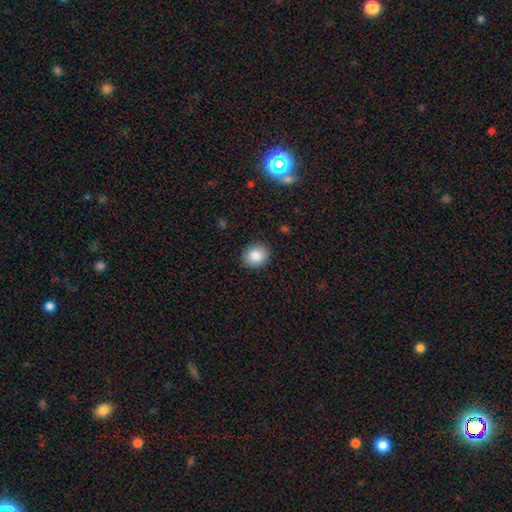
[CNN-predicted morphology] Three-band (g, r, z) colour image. It shows a smooth galaxy with no disk features (85%) that is round (69%). Merging: none (90%).